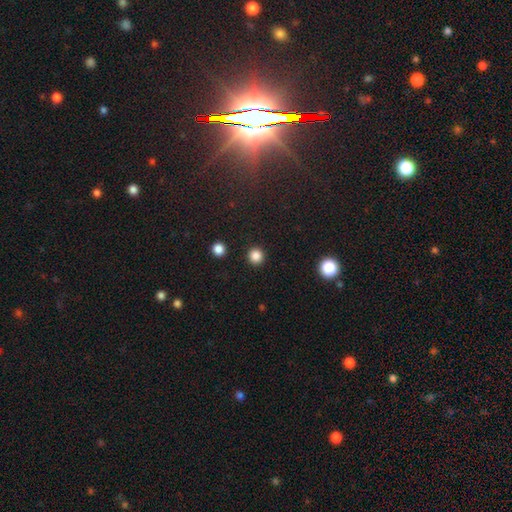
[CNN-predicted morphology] A smooth galaxy with no disk features (86%) that is round (95%).

Vote fractions:
- Smooth or featured? smooth: 86% / star or artifact: 11% / featured or disk: 3%
- How rounded? round: 95% / in between: 5% / cigar-shaped: 1%
- Merging? none: 93% / minor disturbance: 4% / major disturbance: 2% / merger: 1%